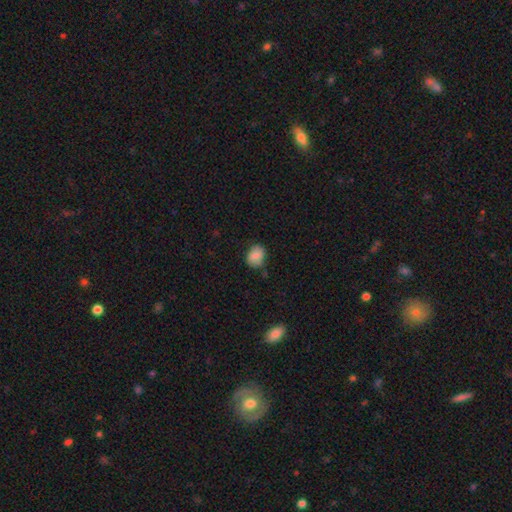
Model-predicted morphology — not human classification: The model was most divided on "how rounded": in between: 54%, round: 45%, cigar-shaped: 1%. More confident: smooth or featured — smooth (81%); merging — none (71%).